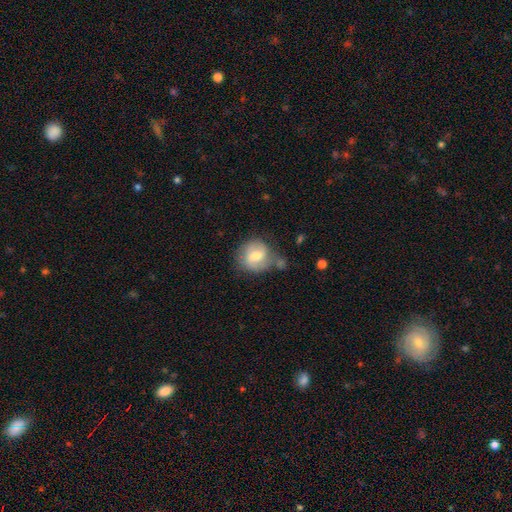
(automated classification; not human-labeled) Smooth or featured? Predicted: smooth (p=0.51). How rounded? Predicted: round (p=0.77). Merging? Predicted: none (p=0.52).